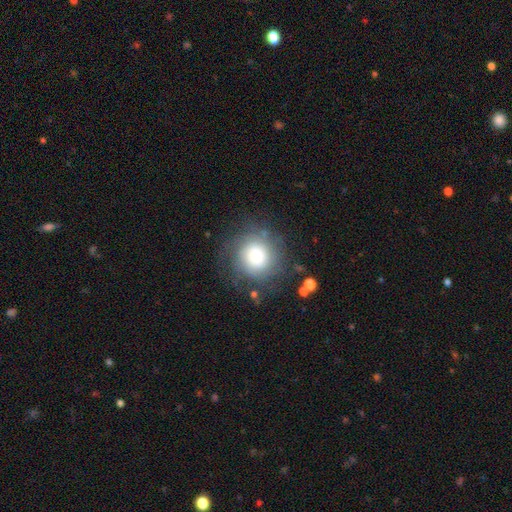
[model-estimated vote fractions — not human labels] This appears to be a smooth galaxy with no disk features (48%). Merging: none (74%).